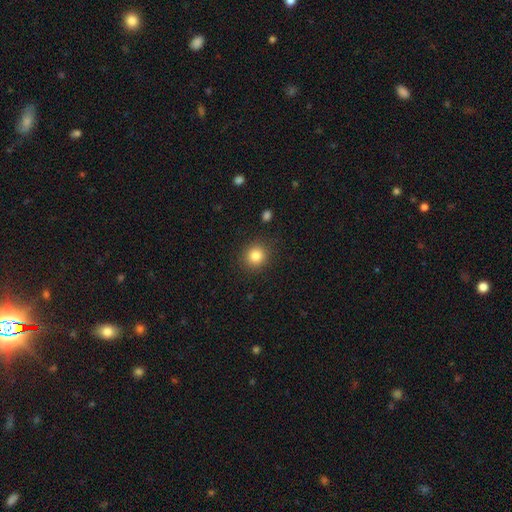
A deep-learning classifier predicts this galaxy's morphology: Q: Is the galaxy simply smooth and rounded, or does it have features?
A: smooth — 84%.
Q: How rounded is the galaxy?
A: round — 89%.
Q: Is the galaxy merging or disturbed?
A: none — 89%.